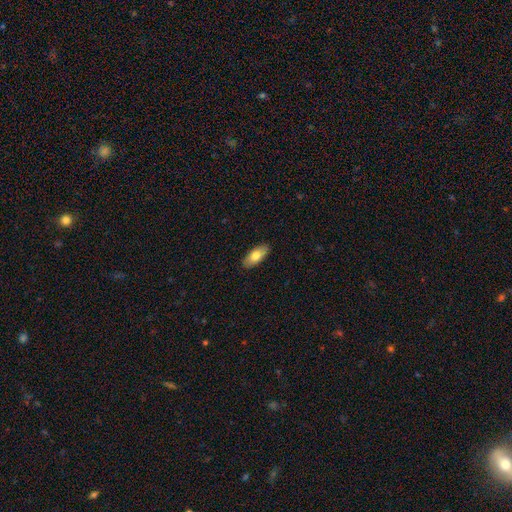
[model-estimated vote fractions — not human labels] The model was most divided on "smooth or featured": smooth: 77%, featured or disk: 18%, star or artifact: 6%. More confident: merging — none (89%); how rounded — in between (87%).